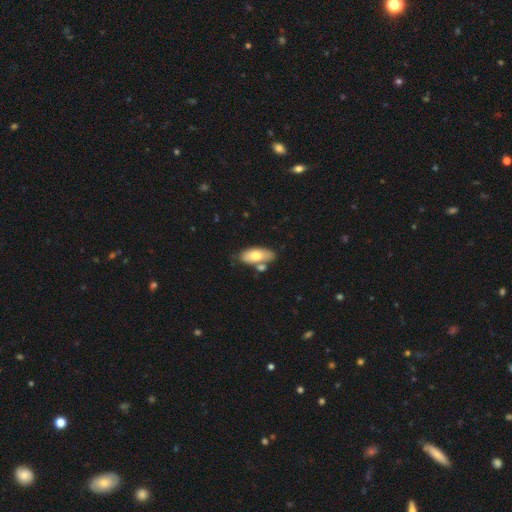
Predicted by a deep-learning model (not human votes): Morphology: type=smooth (69%); roundness=in between (86%); merging=none (60%).